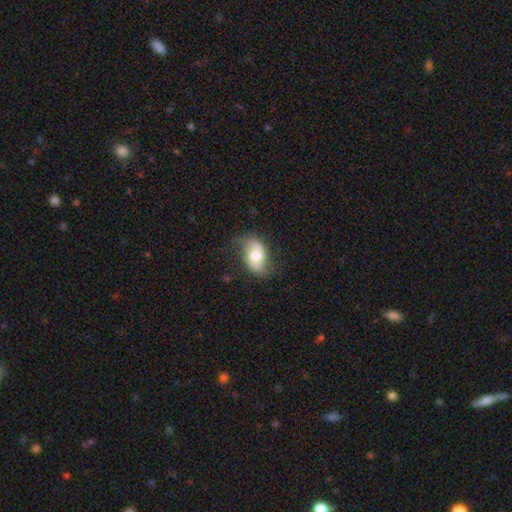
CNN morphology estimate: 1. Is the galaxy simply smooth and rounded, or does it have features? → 51% smooth, 42% featured or disk, 7% star or artifact.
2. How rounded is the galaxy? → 87% in between, 10% round, 2% cigar-shaped.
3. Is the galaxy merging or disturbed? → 70% none, 22% minor disturbance, 8% major disturbance, 1% merger.